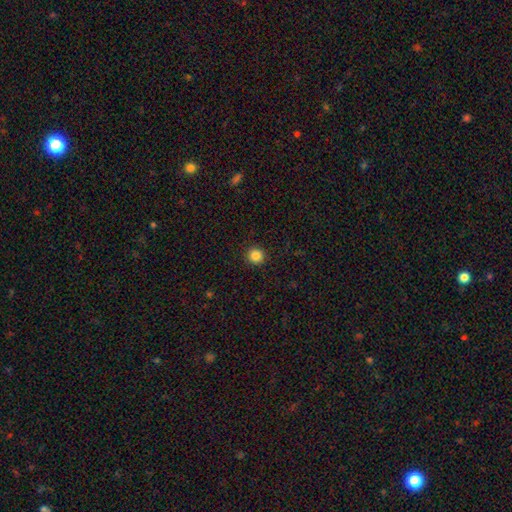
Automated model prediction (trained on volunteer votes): A smooth galaxy with no disk features (85%) that is round (94%).

Vote fractions:
- Smooth or featured? smooth: 85% / star or artifact: 11% / featured or disk: 4%
- How rounded? round: 94% / in between: 5% / cigar-shaped: 1%
- Merging? none: 92% / minor disturbance: 5% / major disturbance: 2% / merger: 1%